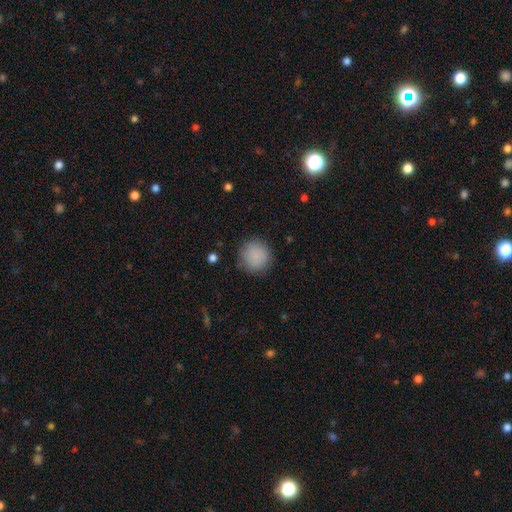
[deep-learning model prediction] Smooth or featured?
  - smooth: 87% *
  - star or artifact: 8%
  - featured or disk: 5%
How rounded?
  - round: 93% *
  - in between: 6%
  - cigar-shaped: 1%
Merging?
  - none: 84% *
  - minor disturbance: 11%
  - major disturbance: 4%
  - merger: 1%